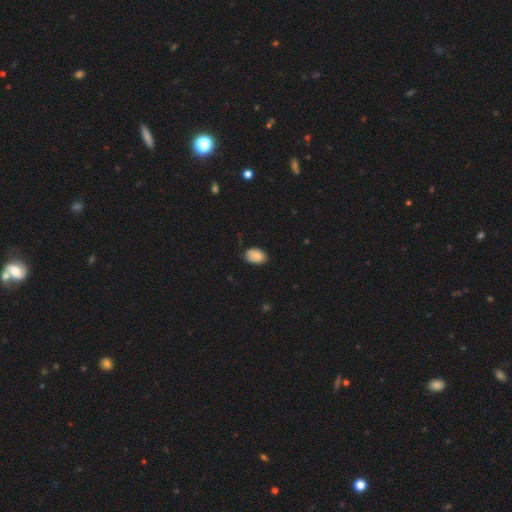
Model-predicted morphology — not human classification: Smooth or featured? Predicted: smooth (p=0.87). How rounded? Predicted: in between (p=0.86). Merging? Predicted: none (p=0.76).